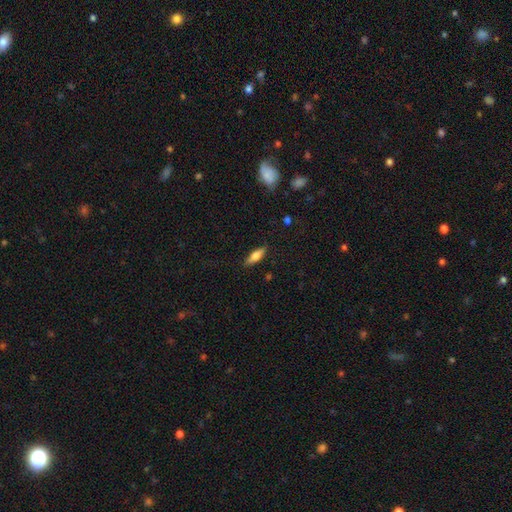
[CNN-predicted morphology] Smooth or featured? smooth (66%)
How rounded? in between (50%)
Merging? none (86%)